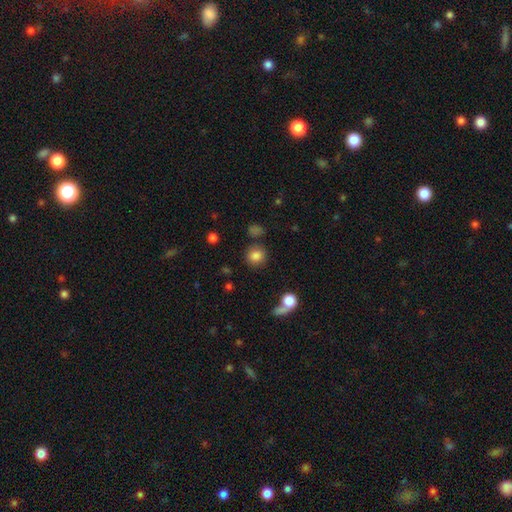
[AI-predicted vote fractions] A smooth galaxy with no disk features (83%) that is round (88%).

Vote fractions:
- Smooth or featured? smooth: 83% / star or artifact: 11% / featured or disk: 6%
- How rounded? round: 88% / in between: 10% / cigar-shaped: 1%
- Merging? none: 82% / minor disturbance: 9% / merger: 5% / major disturbance: 4%